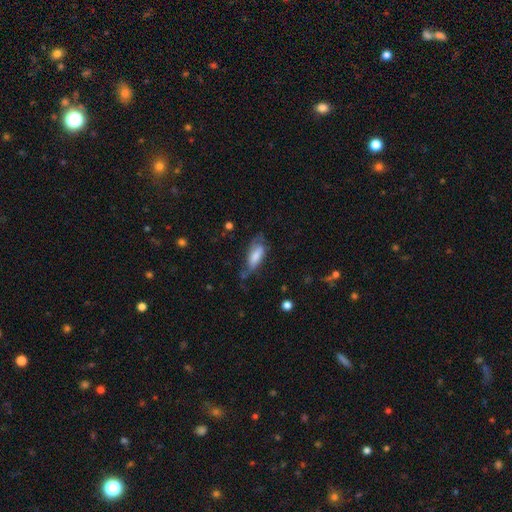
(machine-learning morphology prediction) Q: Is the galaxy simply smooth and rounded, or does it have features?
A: smooth — 62%.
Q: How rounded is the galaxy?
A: in between — 72%.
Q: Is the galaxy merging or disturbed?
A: none — 43%.